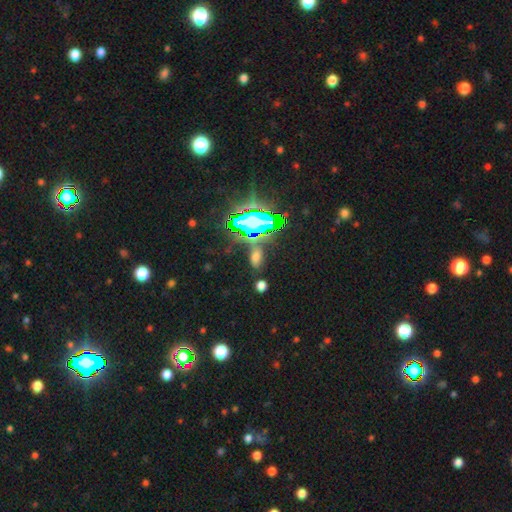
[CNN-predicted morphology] Smooth or featured? Predicted: star or artifact (p=0.55).